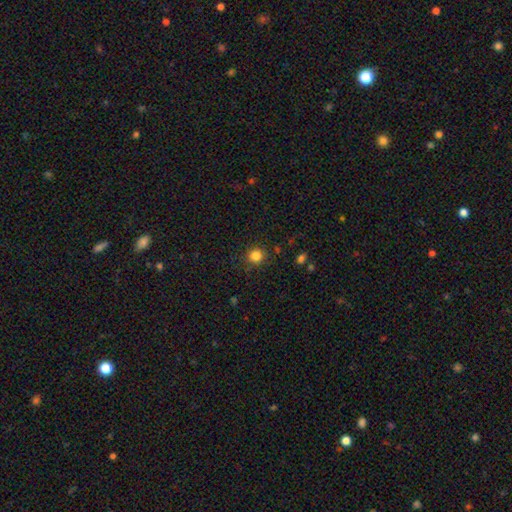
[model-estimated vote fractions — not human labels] Q: Smooth or featured?
A: smooth (83%); runner-up: star or artifact (12%)
Q: How rounded?
A: round (92%); runner-up: in between (8%)
Q: Merging?
A: none (89%); runner-up: minor disturbance (7%)